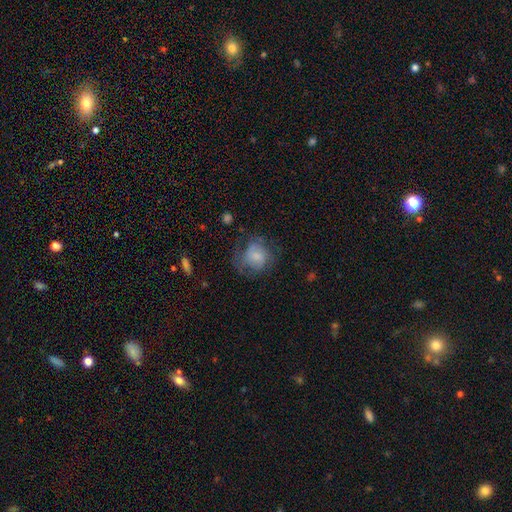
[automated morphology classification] The model was most divided on "merging": none: 47%, minor disturbance: 26%, major disturbance: 25%, merger: 2%. More confident: how rounded — round (72%); smooth or featured — smooth (58%).